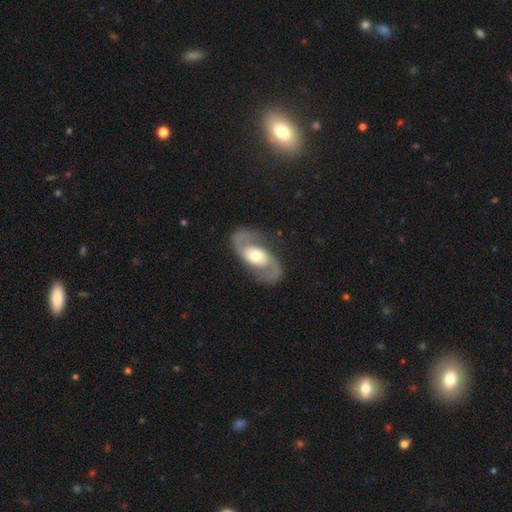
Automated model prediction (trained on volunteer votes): A featured or disk galaxy (86%) with no bar (61%), 2 (93%) medium (49%) spiral arms (93%) and a moderate central bulge (68%). Merging: none (80%).